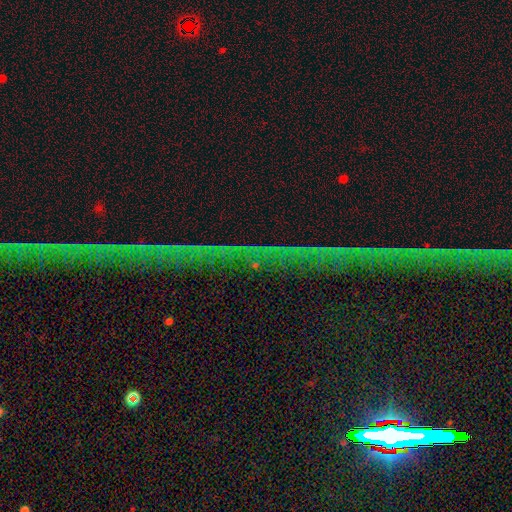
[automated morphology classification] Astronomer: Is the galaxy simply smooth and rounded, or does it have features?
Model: star or artifact — 84%.